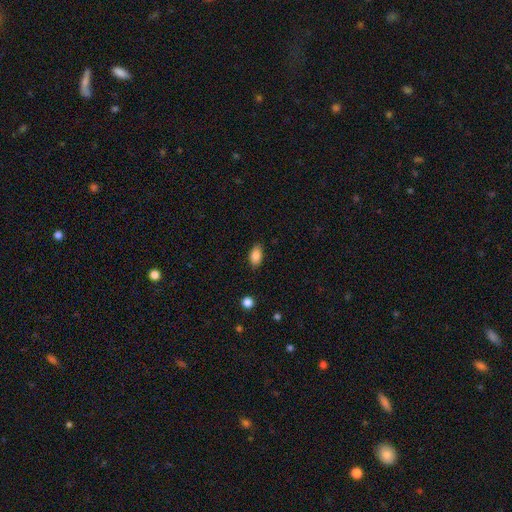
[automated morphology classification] smooth 86%, star or artifact 8%, featured or disk 5%. Down the decision tree: how rounded — in between (90%); merging — none (83%).